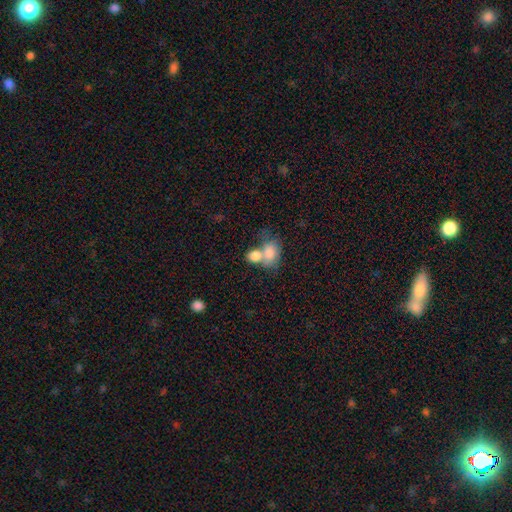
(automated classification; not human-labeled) Overall: smooth (79%). How rounded: in between (68%; round 30%). Merging: merger (66%).